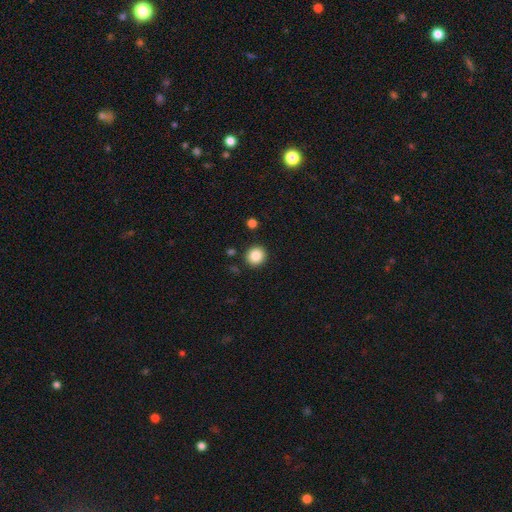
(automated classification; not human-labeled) A smooth galaxy with no disk features (86%) that is round (92%). Merging: none (91%).